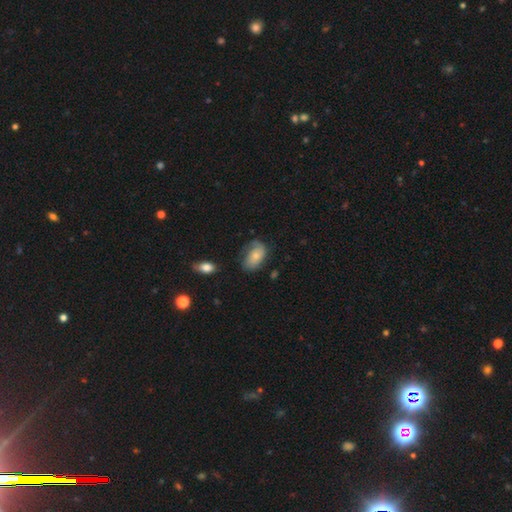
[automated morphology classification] Overall: smooth (59%; featured or disk 33%). How rounded: in between (88%). Merging: none (46%; minor disturbance 32%).